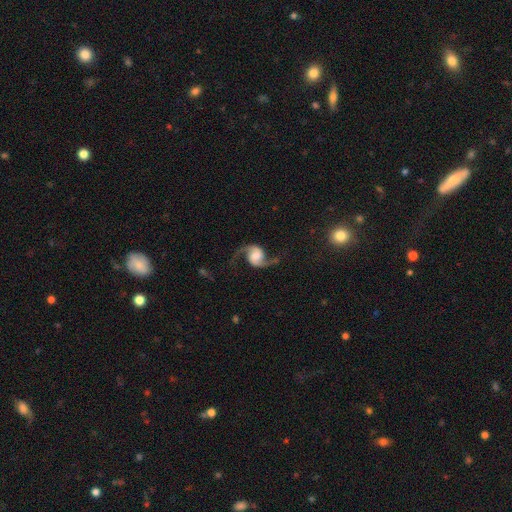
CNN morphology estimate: Smooth or featured?
  - featured or disk: 90% *
  - smooth: 5%
  - star or artifact: 5%
Edge-on disk?
  - no: 98% *
  - yes: 2%
Bar?
  - no: 55% *
  - weak: 34%
  - strong: 11%
Spiral arms?
  - yes: 98% *
  - no: 2%
Spiral winding?
  - loose: 70% *
  - medium: 25%
  - tight: 5%
Spiral arm count?
  - 2: 94% *
  - 1: 2%
  - can't tell: 1%
  - 3: 1%
  - 4: 1%
  - more than 4: 1%
Bulge size?
  - large: 31% *
  - moderate: 24%
  - none: 20%
  - small: 17%
  - dominant: 8%
Merging?
  - none: 77% *
  - minor disturbance: 13%
  - major disturbance: 8%
  - merger: 2%